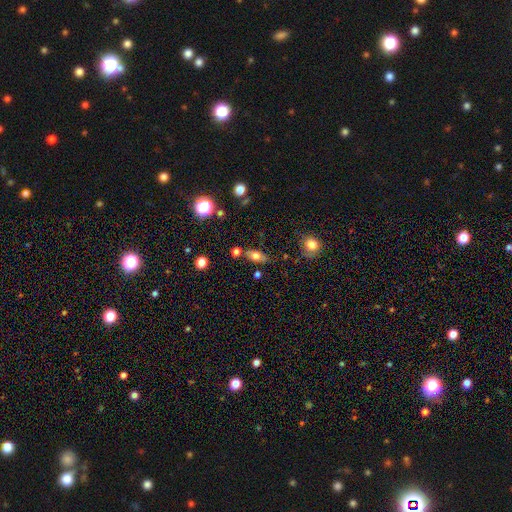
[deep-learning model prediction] Smooth or featured?
  - smooth: 69% *
  - featured or disk: 21%
  - star or artifact: 10%
How rounded?
  - in between: 78% *
  - cigar-shaped: 12%
  - round: 10%
Merging?
  - none: 72% *
  - minor disturbance: 15%
  - merger: 9%
  - major disturbance: 4%